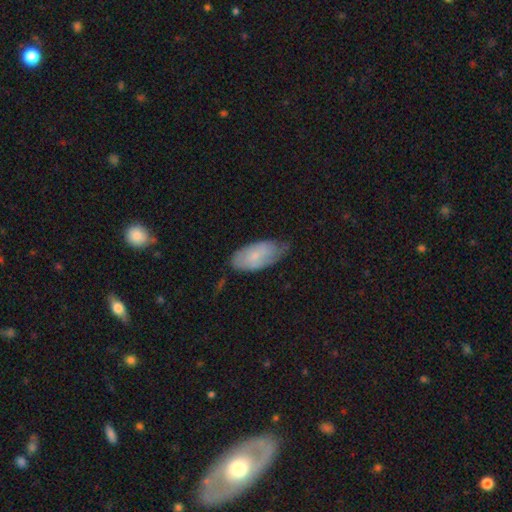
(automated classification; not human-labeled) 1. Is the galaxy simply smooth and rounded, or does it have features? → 62% smooth, 31% featured or disk, 7% star or artifact.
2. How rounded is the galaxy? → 92% in between, 6% cigar-shaped, 2% round.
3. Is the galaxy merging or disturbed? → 51% none, 38% minor disturbance, 9% major disturbance, 2% merger.